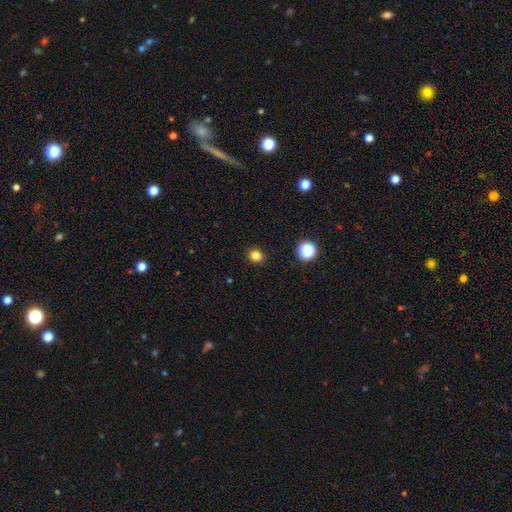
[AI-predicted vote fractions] smooth_or_featured: smooth (p=0.82) [alt: star or artifact p=0.14]
how_rounded: round (p=0.82) [alt: in between p=0.17]
merging: none (p=0.92) [alt: minor disturbance p=0.06]